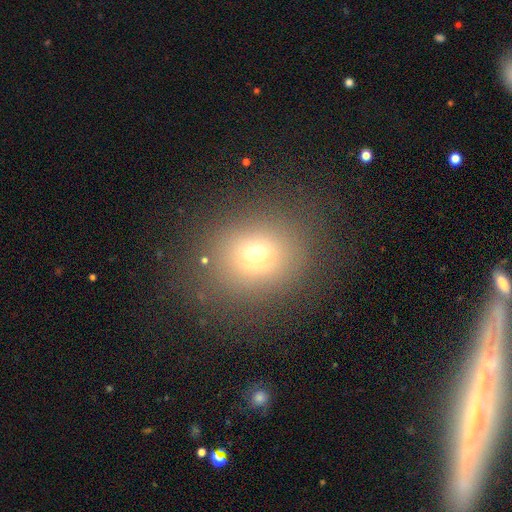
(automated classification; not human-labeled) This appears to be a smooth galaxy with no disk features (67%) that is round (74%). Merging: none (83%).